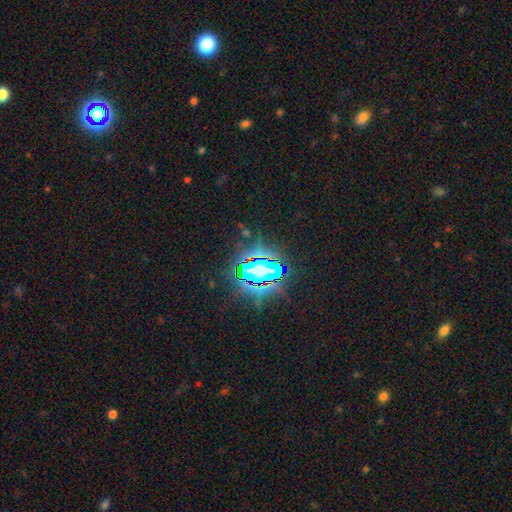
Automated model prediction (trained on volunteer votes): Smooth or featured? star or artifact (83%)